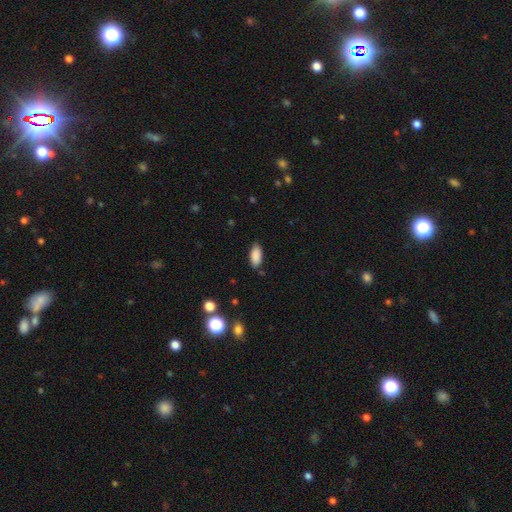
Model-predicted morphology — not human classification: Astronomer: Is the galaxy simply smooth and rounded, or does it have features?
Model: smooth — 88%.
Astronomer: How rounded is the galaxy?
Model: in between — 89%.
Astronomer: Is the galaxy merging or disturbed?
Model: none — 83%.